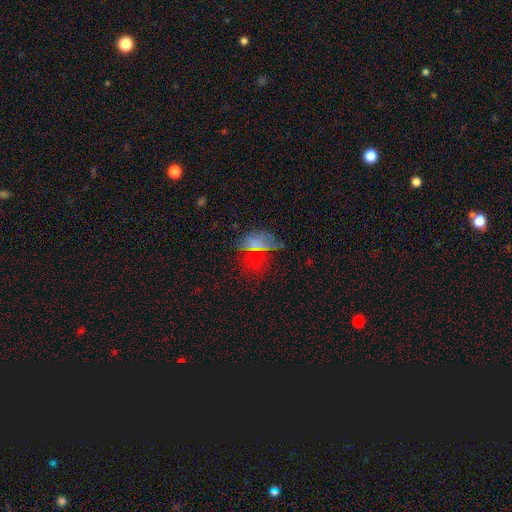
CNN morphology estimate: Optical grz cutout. It shows a smooth galaxy with no disk features (50%). Merging: none (61%).